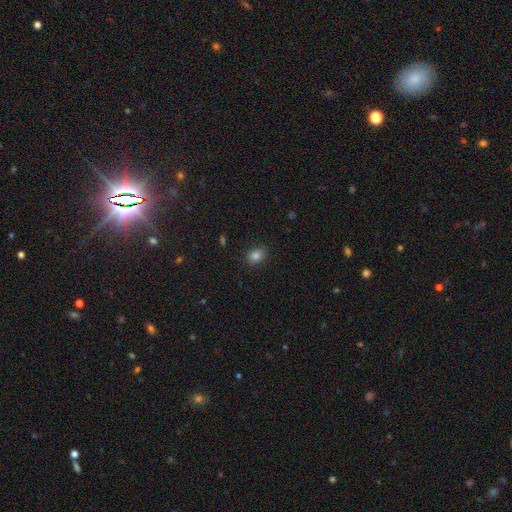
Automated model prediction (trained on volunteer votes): Smooth or featured: smooth — 84% (star or artifact — 11%)
How rounded: in between — 58% (round — 41%)
Merging: none — 87% (minor disturbance — 9%)